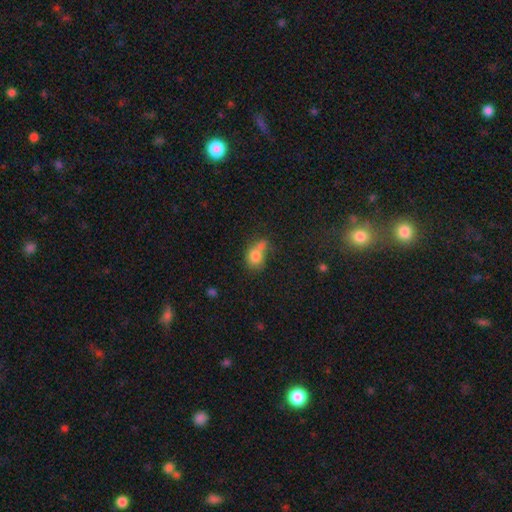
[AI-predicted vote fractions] Smooth or featured: smooth — 76% (featured or disk — 13%)
How rounded: in between — 51% (round — 47%)
Merging: merger — 36% (none — 32%)